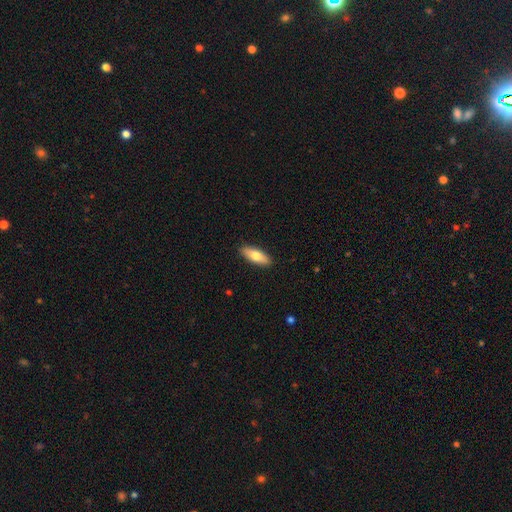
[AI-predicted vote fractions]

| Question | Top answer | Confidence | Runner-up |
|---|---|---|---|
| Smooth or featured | smooth | 71% | featured or disk (24%) |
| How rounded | in between | 65% | cigar-shaped (32%) |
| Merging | none | 90% | minor disturbance (7%) |